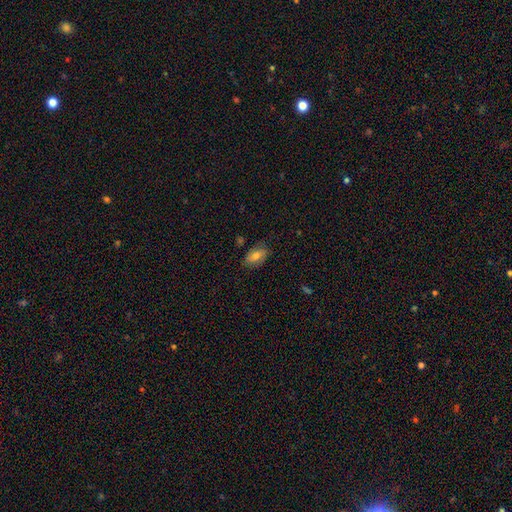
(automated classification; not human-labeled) Smooth or featured: smooth — 74% (featured or disk — 17%)
How rounded: in between — 89% (round — 7%)
Merging: none — 77% (minor disturbance — 17%)